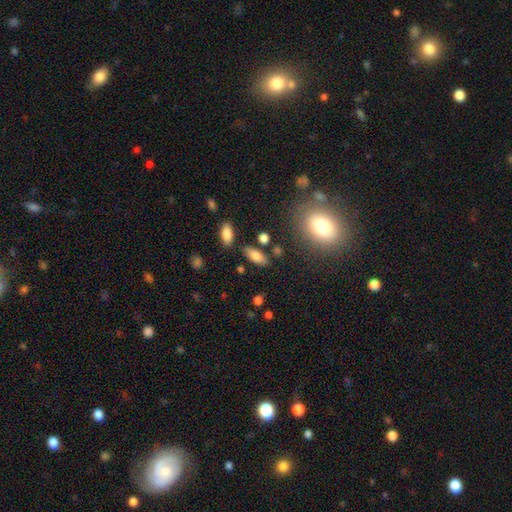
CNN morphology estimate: Smooth or featured?
  - smooth: 79% *
  - featured or disk: 12%
  - star or artifact: 9%
How rounded?
  - in between: 80% *
  - cigar-shaped: 17%
  - round: 3%
Merging?
  - none: 81% *
  - minor disturbance: 11%
  - merger: 5%
  - major disturbance: 3%